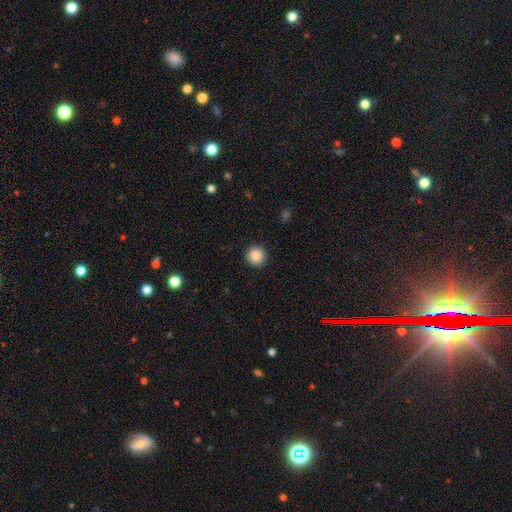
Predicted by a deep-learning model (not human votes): This appears to be a smooth galaxy with no disk features (87%) that is round (94%). Merging: none (92%).